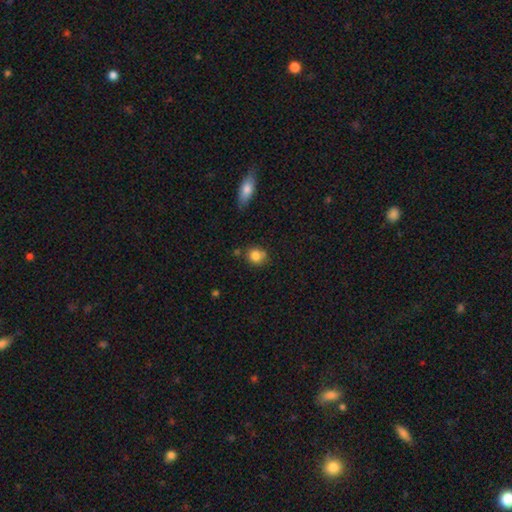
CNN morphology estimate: Overall: smooth (82%). How rounded: round (76%). Merging: none (67%).